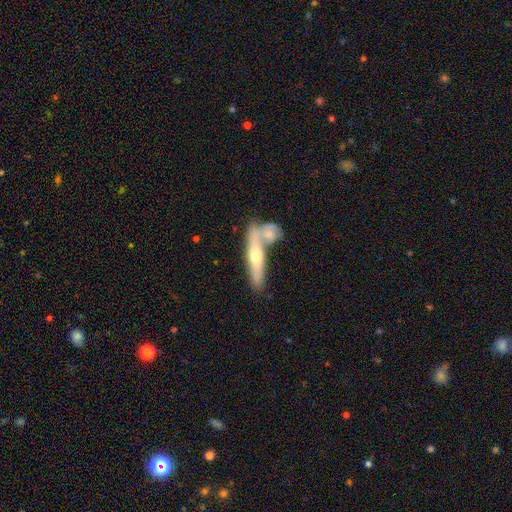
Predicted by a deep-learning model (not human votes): smooth_or_featured: featured or disk (p=0.53) [alt: smooth p=0.41]
disk_edge_on: yes (p=0.77) [alt: no p=0.23]
merging: none (p=0.43) [alt: merger p=0.42]